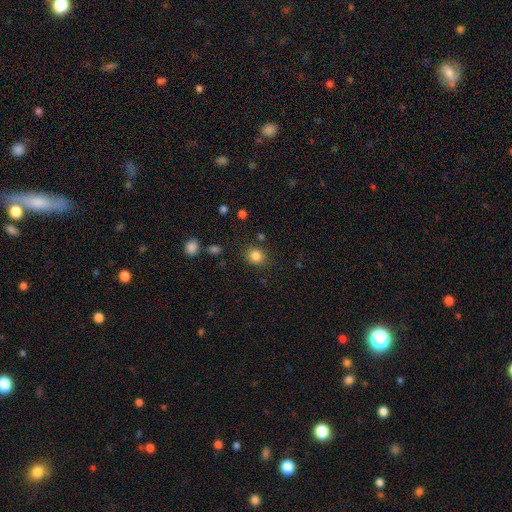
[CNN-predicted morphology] The model was most divided on "how rounded": round: 76%, in between: 23%, cigar-shaped: 1%. More confident: smooth or featured — smooth (84%); merging — none (84%).